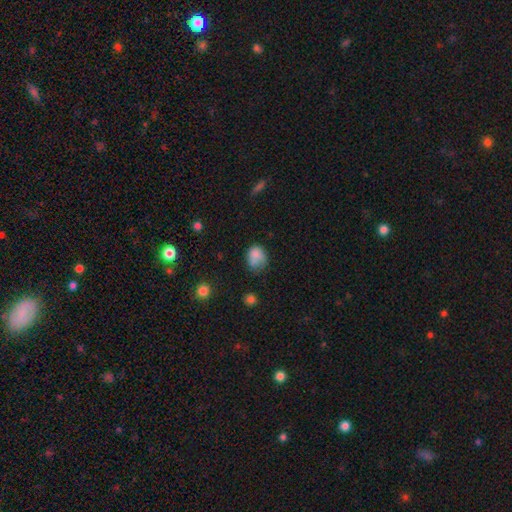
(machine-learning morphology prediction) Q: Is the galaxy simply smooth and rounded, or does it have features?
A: smooth — 78%.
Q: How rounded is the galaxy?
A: round — 54%.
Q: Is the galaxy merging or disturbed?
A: none — 48%.